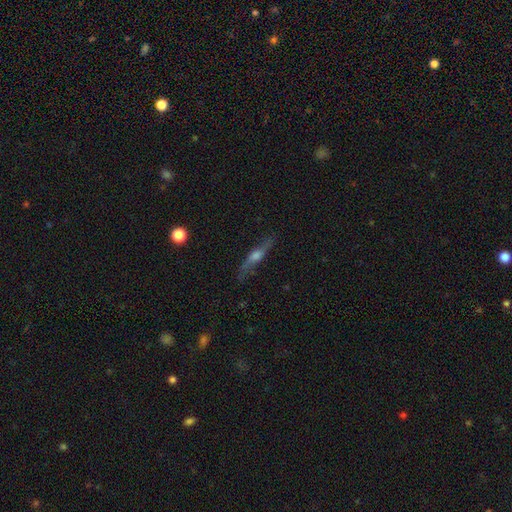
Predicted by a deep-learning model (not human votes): Morphology: type=featured or disk (67%); edge-on=yes (82%); edge-on bulge=rounded (85%); merging=none (78%).